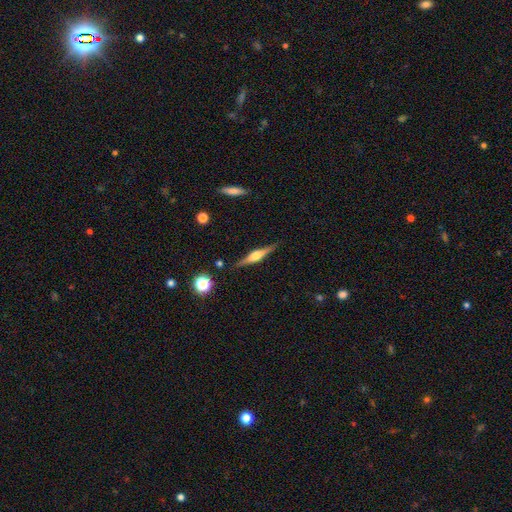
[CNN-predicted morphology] featured or disk 74%, smooth 20%, star or artifact 6%. Down the decision tree: edge-on disk — yes (98%); edge-on bulge — rounded (89%); merging — none (89%).